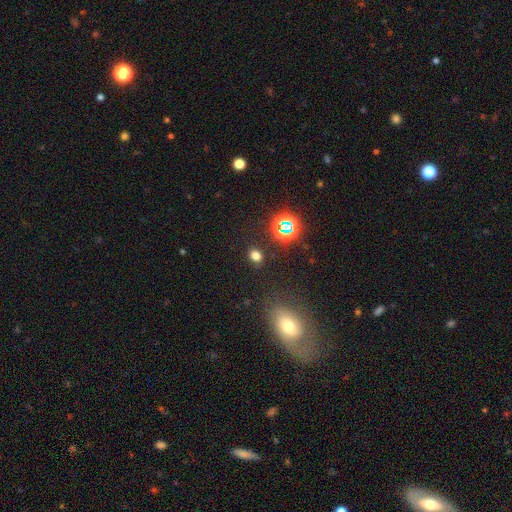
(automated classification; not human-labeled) Smooth or featured?
  - smooth: 70% *
  - star or artifact: 24%
  - featured or disk: 6%
How rounded?
  - round: 51% *
  - in between: 47%
  - cigar-shaped: 1%
Merging?
  - none: 85% *
  - minor disturbance: 9%
  - major disturbance: 3%
  - merger: 3%